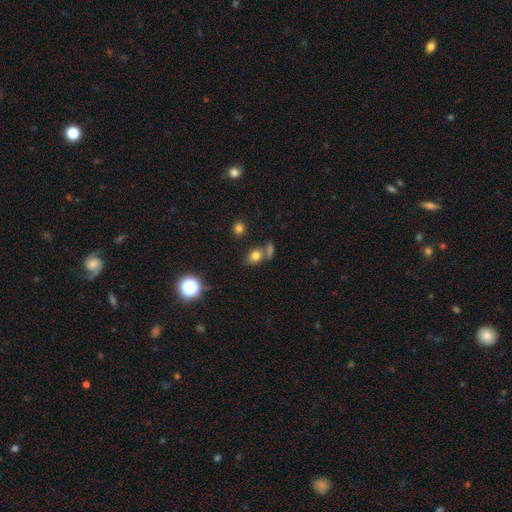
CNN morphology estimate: Smooth or featured: smooth — 74% (star or artifact — 15%)
How rounded: in between — 59% (round — 38%)
Merging: none — 55% (merger — 28%)